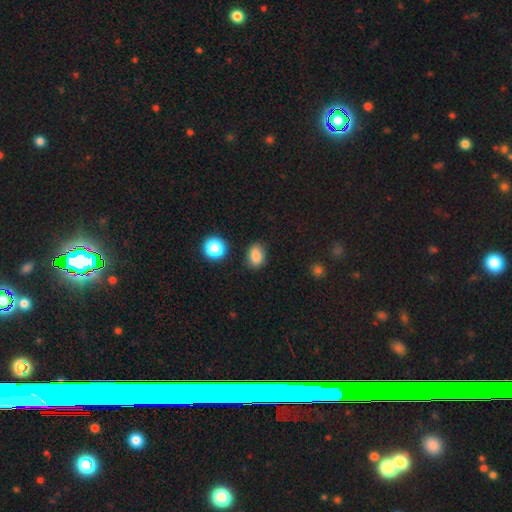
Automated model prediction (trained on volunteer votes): The model was most divided on "how rounded": in between: 70%, round: 29%, cigar-shaped: 1%. More confident: smooth or featured — smooth (84%); merging — none (81%).